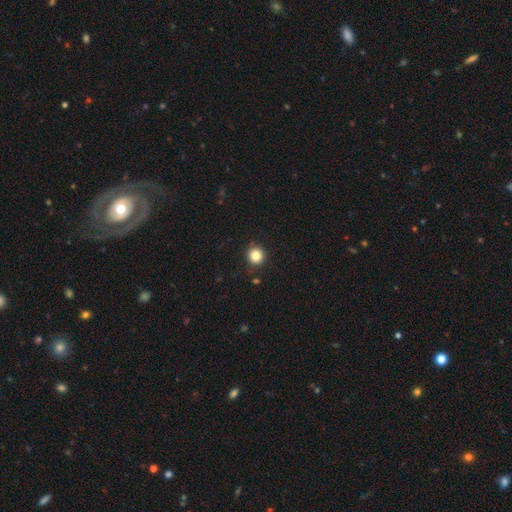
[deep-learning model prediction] Smooth or featured? smooth (84%)
How rounded? round (94%)
Merging? none (91%)